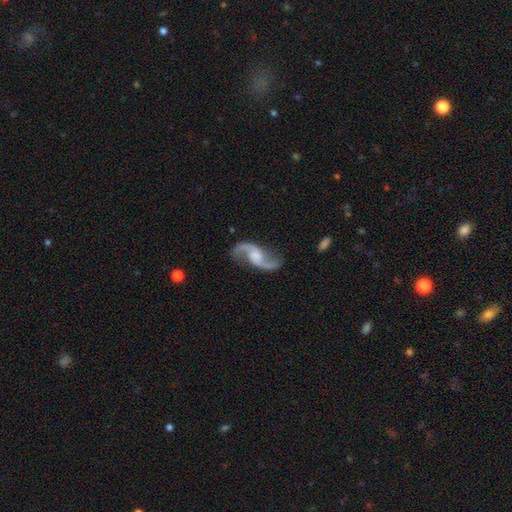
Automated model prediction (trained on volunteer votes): Smooth or featured: featured or disk — 92% (star or artifact — 4%)
Edge-on disk: no — 97% (yes — 3%)
Bar: no — 51% (weak — 40%)
Spiral arms: yes — 98% (no — 2%)
Spiral winding: loose — 71% (medium — 25%)
Spiral arm count: 2 — 95% (1 — 1%)
Bulge size: none — 31% (moderate — 30%)
Merging: none — 81% (minor disturbance — 12%)